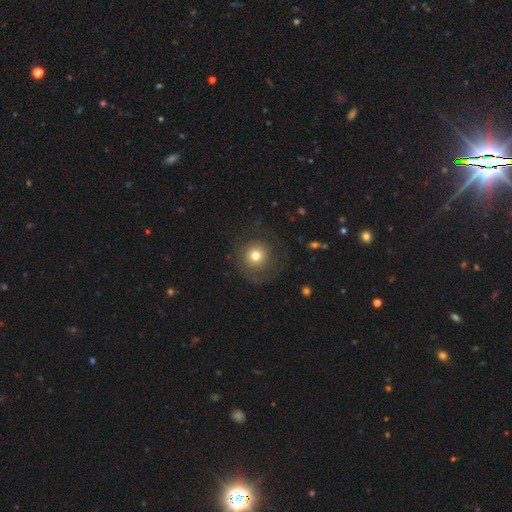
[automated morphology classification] Smooth or featured: smooth — 63% (featured or disk — 27%)
How rounded: round — 93% (in between — 6%)
Merging: none — 70% (major disturbance — 15%)